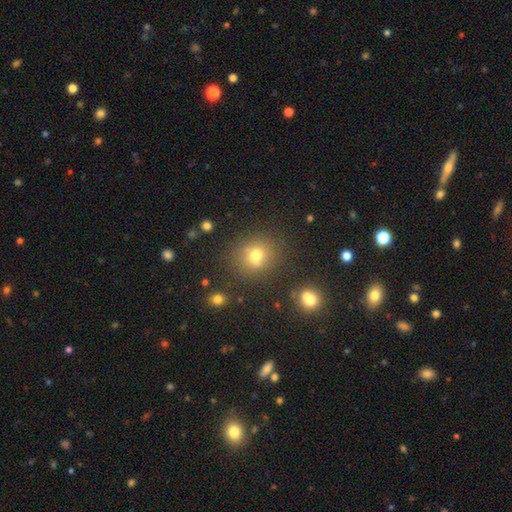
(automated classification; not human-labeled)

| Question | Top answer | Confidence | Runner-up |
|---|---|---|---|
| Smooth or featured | smooth | 72% | star or artifact (18%) |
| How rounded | round | 80% | in between (19%) |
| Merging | none | 81% | minor disturbance (10%) |